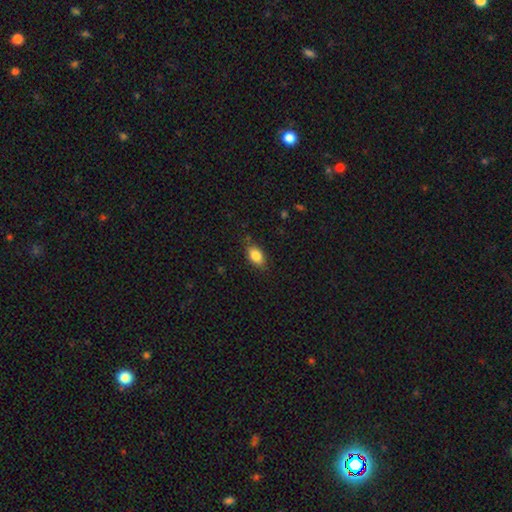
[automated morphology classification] smooth 84%, featured or disk 8%, star or artifact 8%. Down the decision tree: how rounded — in between (87%); merging — none (79%).